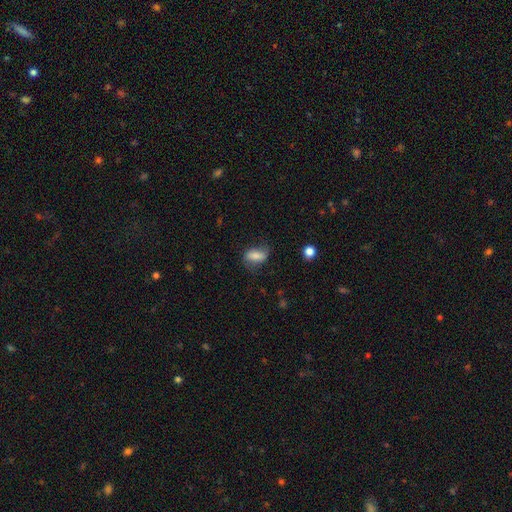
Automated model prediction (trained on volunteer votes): Smooth or featured? smooth (70%)
How rounded? in between (84%)
Merging? none (60%)